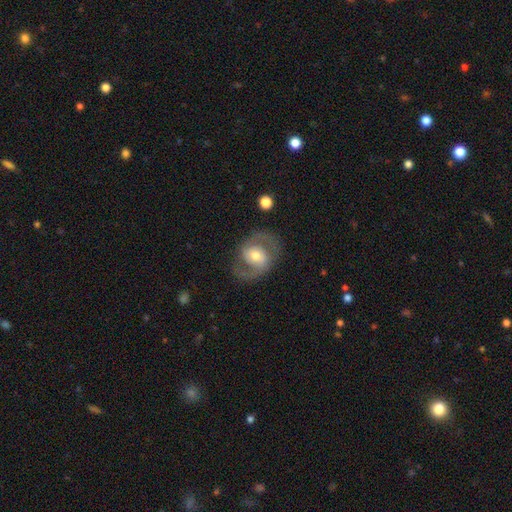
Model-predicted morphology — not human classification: Q: Smooth or featured?
A: featured or disk (76%); runner-up: smooth (18%)
Q: Edge-on disk?
A: no (97%); runner-up: yes (3%)
Q: Bar?
A: no (50%); runner-up: weak (36%)
Q: Spiral arms?
A: yes (82%); runner-up: no (18%)
Q: Spiral winding?
A: medium (55%); runner-up: loose (24%)
Q: Spiral arm count?
A: 2 (88%); runner-up: can't tell (6%)
Q: Bulge size?
A: moderate (67%); runner-up: small (19%)
Q: Merging?
A: none (76%); runner-up: minor disturbance (13%)